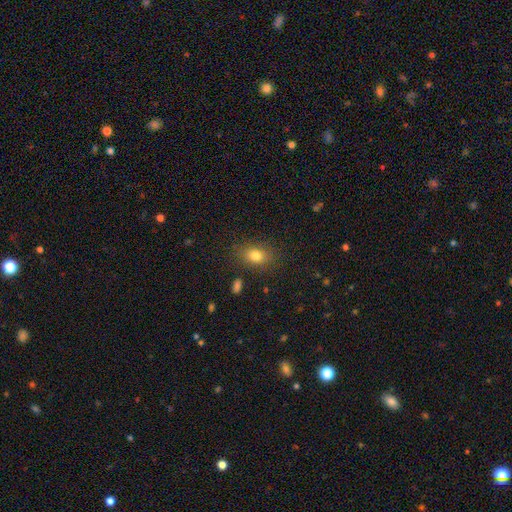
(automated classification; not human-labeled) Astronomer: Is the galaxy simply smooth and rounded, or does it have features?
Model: smooth — 80%.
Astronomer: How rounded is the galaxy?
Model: in between — 71%.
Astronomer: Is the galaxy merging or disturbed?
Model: none — 83%.